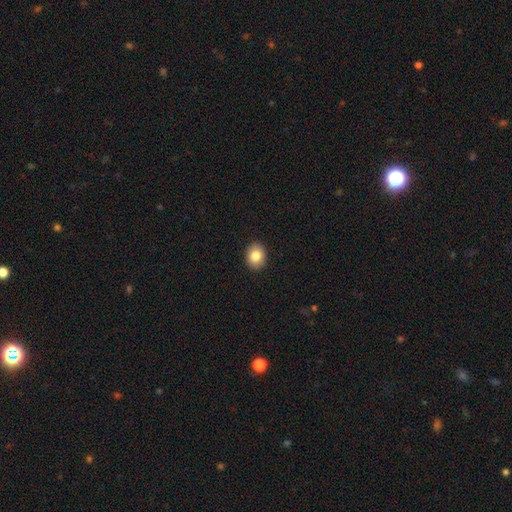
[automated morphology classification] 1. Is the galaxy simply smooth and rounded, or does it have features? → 83% smooth, 9% star or artifact, 8% featured or disk.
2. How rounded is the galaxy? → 52% in between, 47% round, 1% cigar-shaped.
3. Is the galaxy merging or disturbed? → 91% none, 6% minor disturbance, 2% major disturbance, 1% merger.